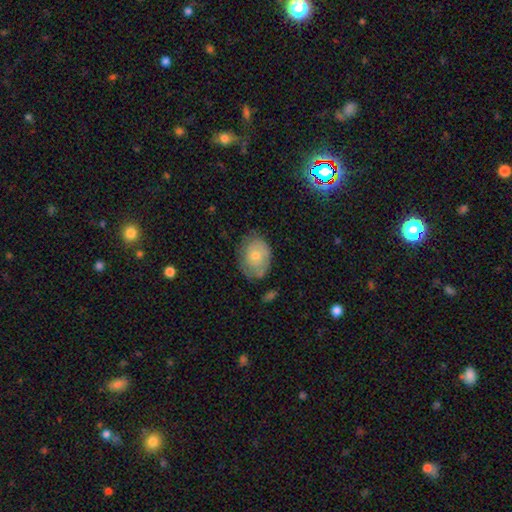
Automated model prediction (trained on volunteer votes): The model was most divided on "smooth or featured": smooth: 61%, featured or disk: 30%, star or artifact: 10%. More confident: how rounded — in between (71%); merging — none (67%).